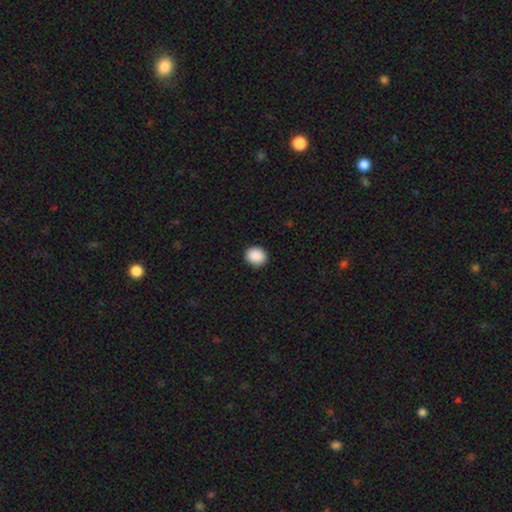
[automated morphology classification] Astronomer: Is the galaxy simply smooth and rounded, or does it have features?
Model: smooth — 90%.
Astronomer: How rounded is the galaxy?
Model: round — 66%.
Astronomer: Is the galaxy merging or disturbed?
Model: none — 91%.